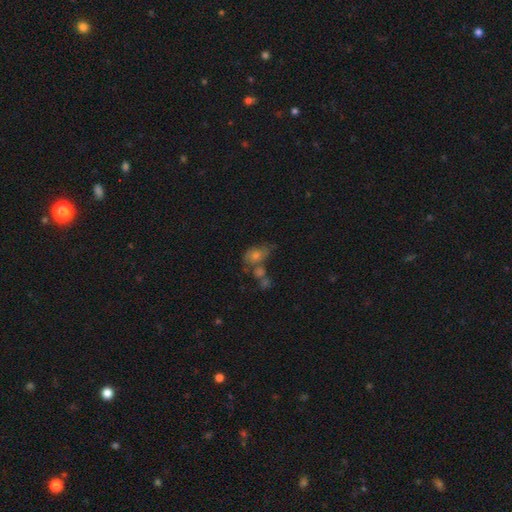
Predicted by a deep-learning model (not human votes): Smooth or featured?
  - smooth: 52% *
  - featured or disk: 31%
  - star or artifact: 17%
How rounded?
  - in between: 70% *
  - round: 27%
  - cigar-shaped: 3%
Merging?
  - merger: 33% *
  - none: 31%
  - minor disturbance: 19%
  - major disturbance: 17%